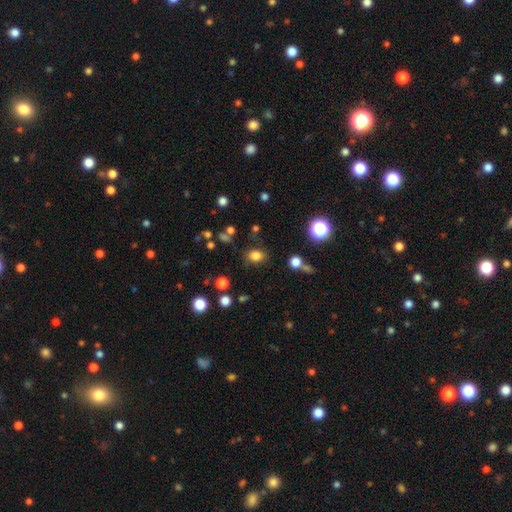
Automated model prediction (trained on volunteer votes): This is clearly a smooth galaxy (81%). How rounded: likely in between (62%). Merging: likely none (79%).